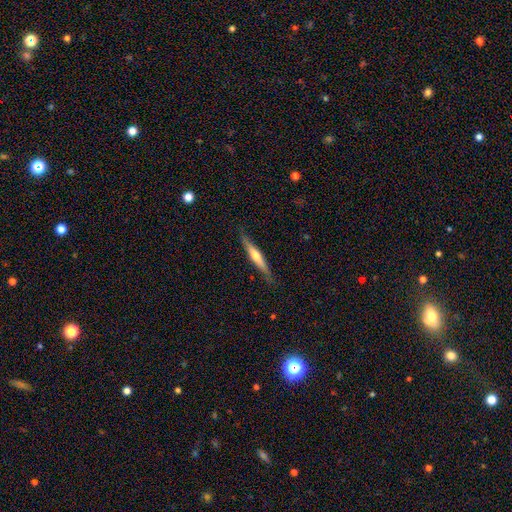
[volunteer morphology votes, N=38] Smooth or featured? 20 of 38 (53%) said featured or disk. Edge-on disk? 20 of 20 (100%) said yes. Edge-on bulge? 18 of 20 (90%) said rounded. Merging? 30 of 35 (86%) said none.